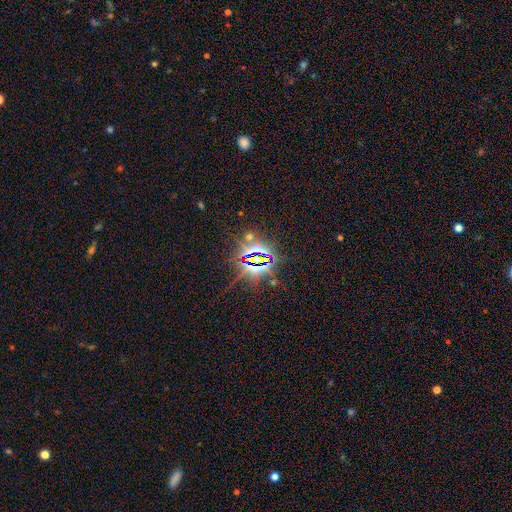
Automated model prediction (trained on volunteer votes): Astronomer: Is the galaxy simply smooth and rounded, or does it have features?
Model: star or artifact — 85%.